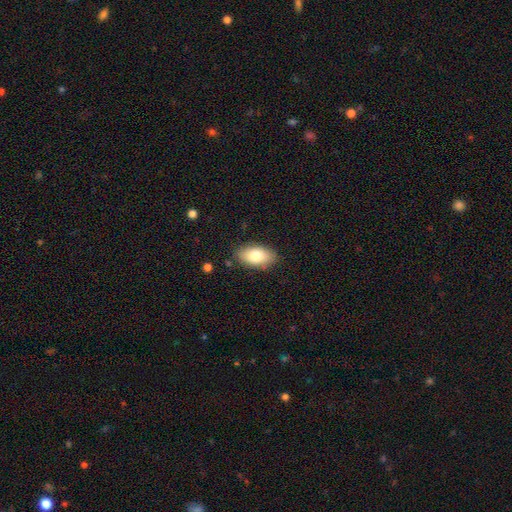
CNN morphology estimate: Smooth or featured?
  - smooth: 80% *
  - featured or disk: 13%
  - star or artifact: 7%
How rounded?
  - in between: 92% *
  - round: 5%
  - cigar-shaped: 3%
Merging?
  - none: 85% *
  - minor disturbance: 11%
  - major disturbance: 3%
  - merger: 1%